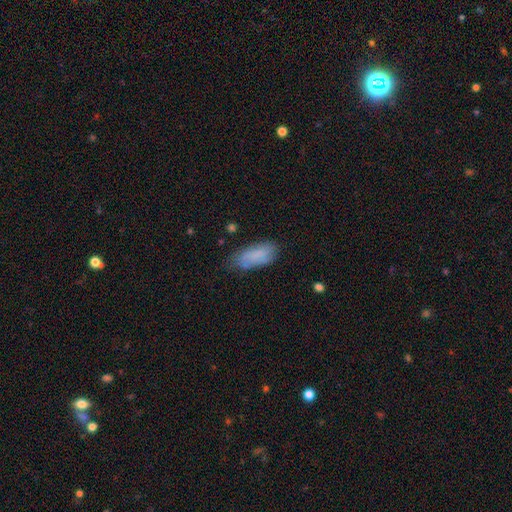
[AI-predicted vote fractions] Q: Smooth or featured?
A: smooth (78%); runner-up: featured or disk (14%)
Q: How rounded?
A: in between (81%); runner-up: cigar-shaped (17%)
Q: Merging?
A: none (62%); runner-up: minor disturbance (29%)